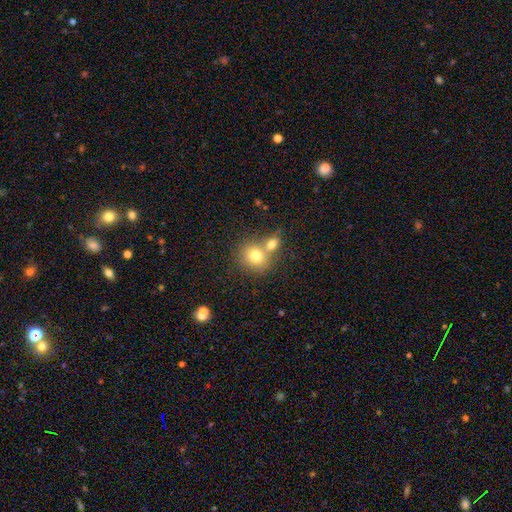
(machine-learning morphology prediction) The model was most divided on "merging": merger: 45%, none: 44%, minor disturbance: 8%, major disturbance: 3%. More confident: how rounded — round (77%); smooth or featured — smooth (76%).